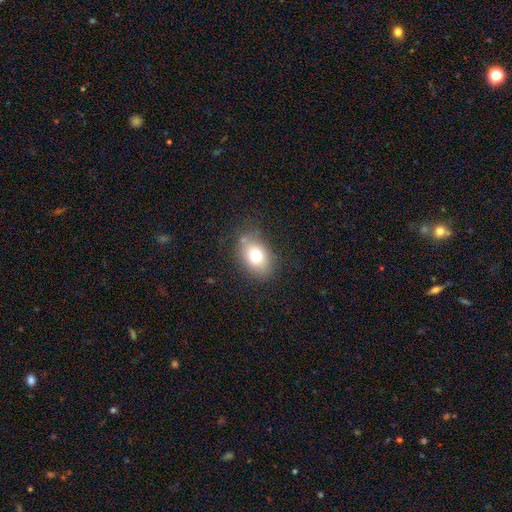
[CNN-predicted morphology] Q: Smooth or featured?
A: smooth (73%); runner-up: featured or disk (15%)
Q: How rounded?
A: in between (70%); runner-up: round (29%)
Q: Merging?
A: none (77%); runner-up: minor disturbance (15%)